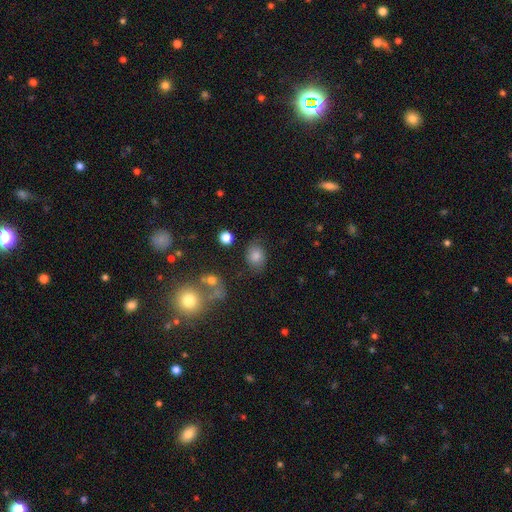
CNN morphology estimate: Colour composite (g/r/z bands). It shows a smooth galaxy with no disk features (73%) that is in between round and cigar-shaped (55%). Merging: none (69%).